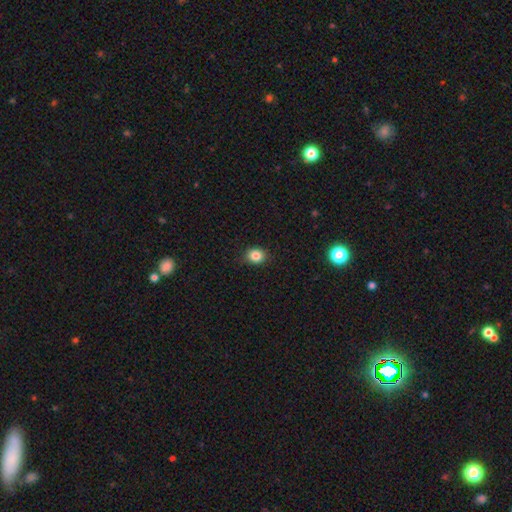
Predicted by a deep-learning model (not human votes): smooth 84%, star or artifact 11%, featured or disk 5%. Down the decision tree: how rounded — round (65%); merging — none (86%).